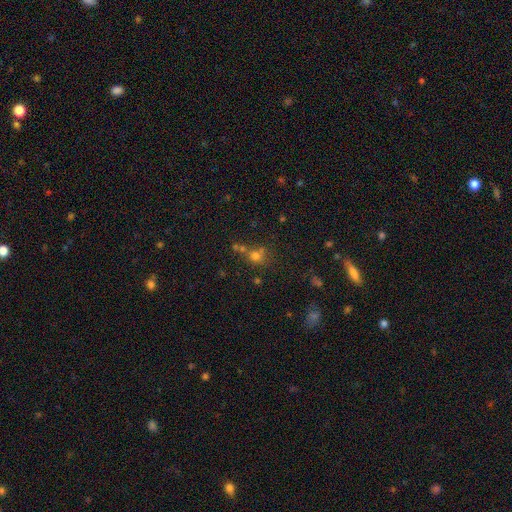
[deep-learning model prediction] Overall: smooth (64%). How rounded: round (82%). Merging: none (51%; merger 33%).